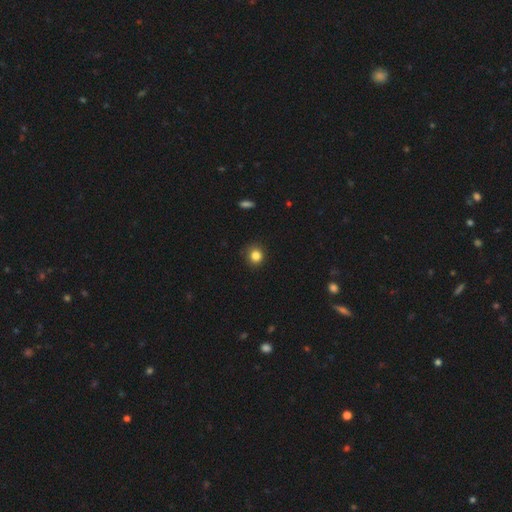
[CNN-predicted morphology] The model was most divided on "smooth or featured": smooth: 84%, star or artifact: 12%, featured or disk: 5%. More confident: how rounded — round (86%); merging — none (85%).